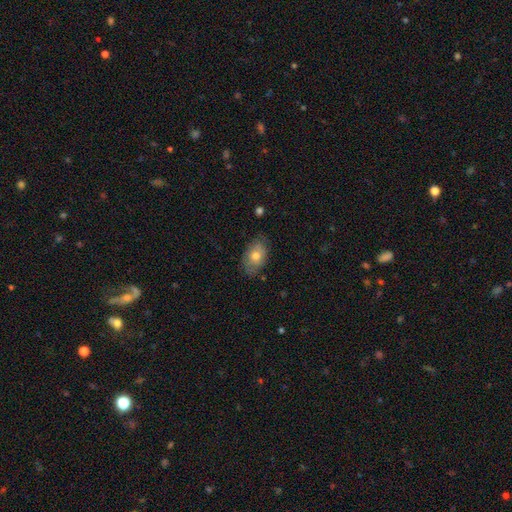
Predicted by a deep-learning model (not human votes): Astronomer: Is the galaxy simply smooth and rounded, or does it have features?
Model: smooth — 72%.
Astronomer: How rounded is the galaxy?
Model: in between — 88%.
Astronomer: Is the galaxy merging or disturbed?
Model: none — 78%.